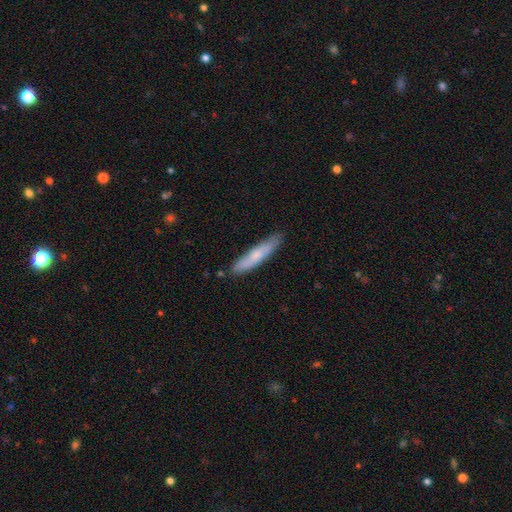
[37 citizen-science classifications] Q: Smooth or featured?
A: smooth (65%); runner-up: featured or disk (35%)
Q: How rounded?
A: cigar-shaped (83%); runner-up: in between (17%)
Q: Merging?
A: none (81%); runner-up: minor disturbance (19%)